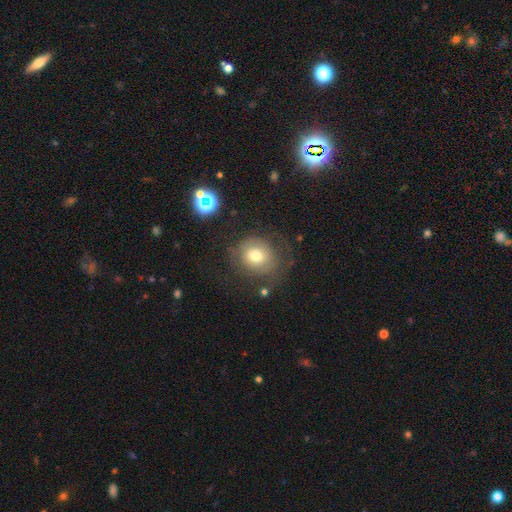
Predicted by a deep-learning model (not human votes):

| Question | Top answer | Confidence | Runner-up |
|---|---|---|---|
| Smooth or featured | smooth | 62% | featured or disk (26%) |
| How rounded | round | 79% | in between (20%) |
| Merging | none | 62% | minor disturbance (19%) |